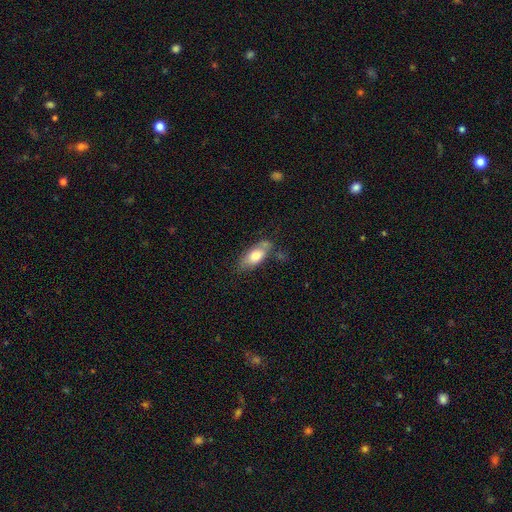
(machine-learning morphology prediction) smooth_or_featured: smooth (p=0.69) [alt: featured or disk p=0.24]
how_rounded: in between (p=0.82) [alt: cigar-shaped p=0.15]
merging: none (p=0.57) [alt: minor disturbance p=0.27]